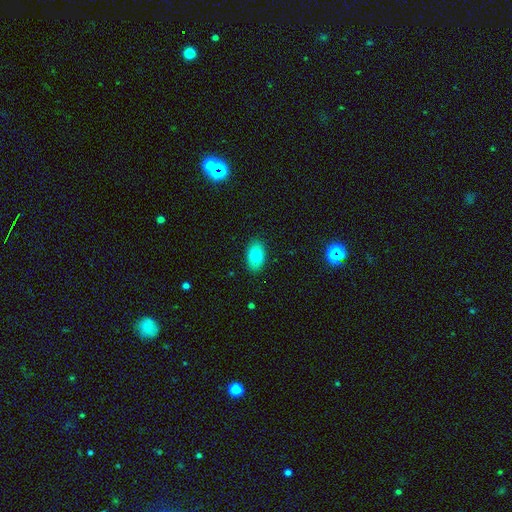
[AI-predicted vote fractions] A smooth galaxy with no disk features (79%) that is in between round and cigar-shaped (90%). Merging: none (88%).